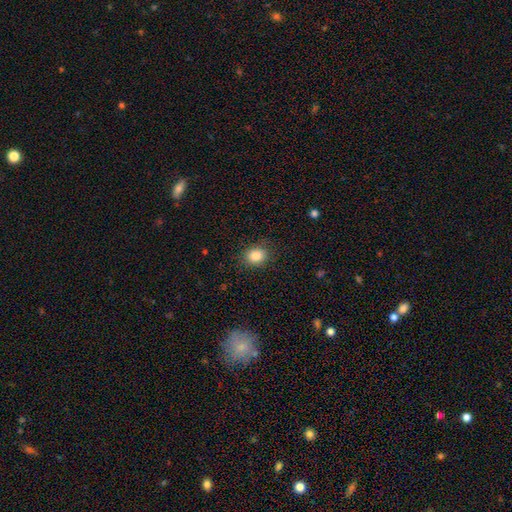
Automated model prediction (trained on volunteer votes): The model was most divided on "how rounded": round: 54%, in between: 45%, cigar-shaped: 1%. More confident: smooth or featured — smooth (86%); merging — none (83%).